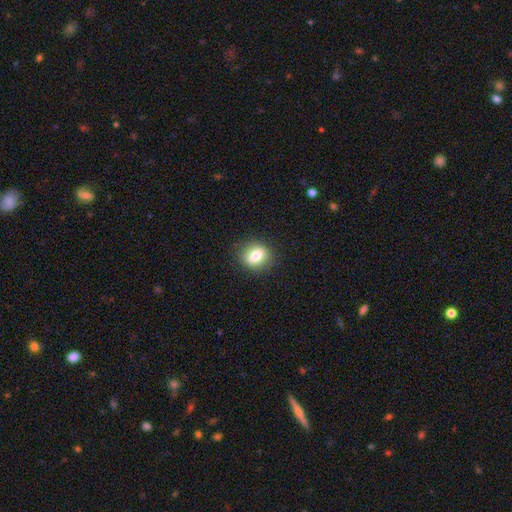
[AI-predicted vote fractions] Morphology: type=smooth (73%); roundness=round (63%); merging=none (87%).